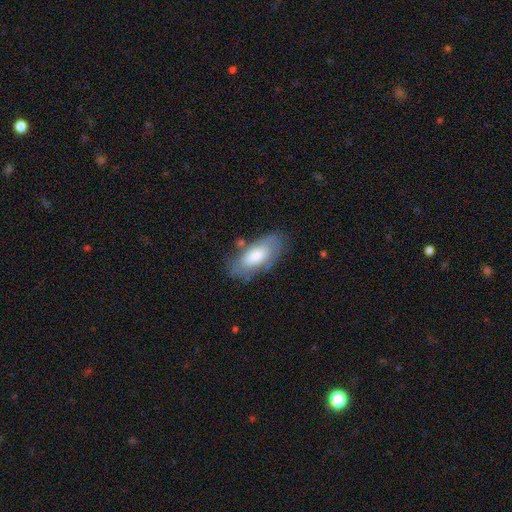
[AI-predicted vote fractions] Smooth or featured? smooth (50%)
How rounded? in between (86%)
Merging? none (70%)